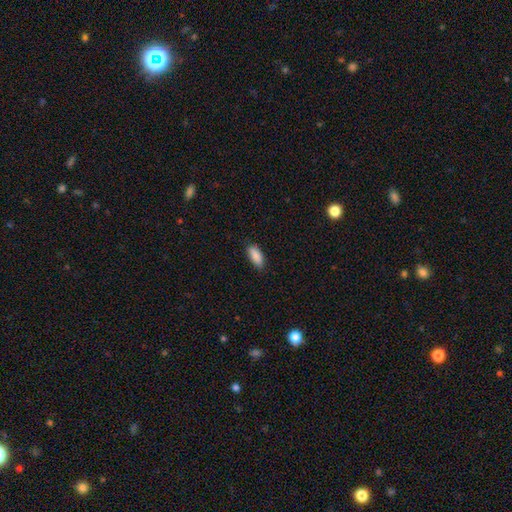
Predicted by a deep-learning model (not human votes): smooth 90%, star or artifact 6%, featured or disk 4%. Down the decision tree: how rounded — in between (84%); merging — none (85%).